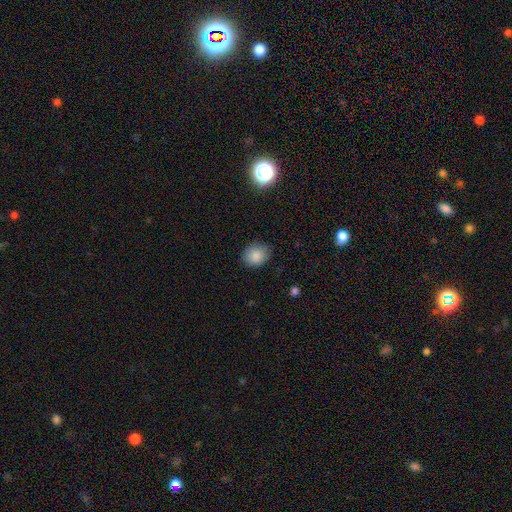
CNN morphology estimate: A smooth galaxy with no disk features (86%) that is round (60%). Merging: none (83%).